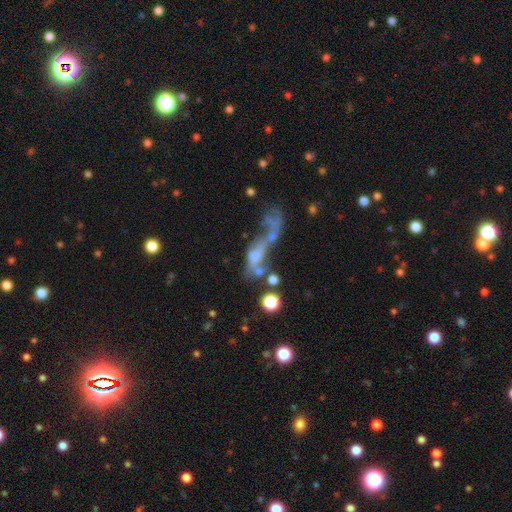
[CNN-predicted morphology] Smooth or featured? featured or disk (51%)
Edge-on disk? no (85%)
Merging? merger (39%)